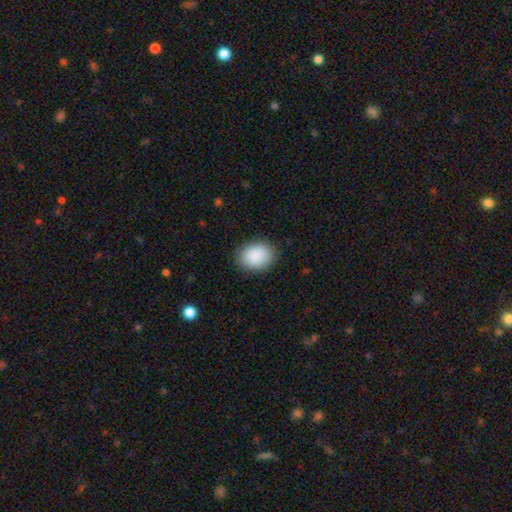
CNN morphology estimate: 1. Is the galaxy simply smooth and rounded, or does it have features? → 90% smooth, 7% star or artifact, 4% featured or disk.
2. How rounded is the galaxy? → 57% in between, 42% round, 1% cigar-shaped.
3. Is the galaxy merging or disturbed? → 86% none, 10% minor disturbance, 3% major disturbance, 1% merger.